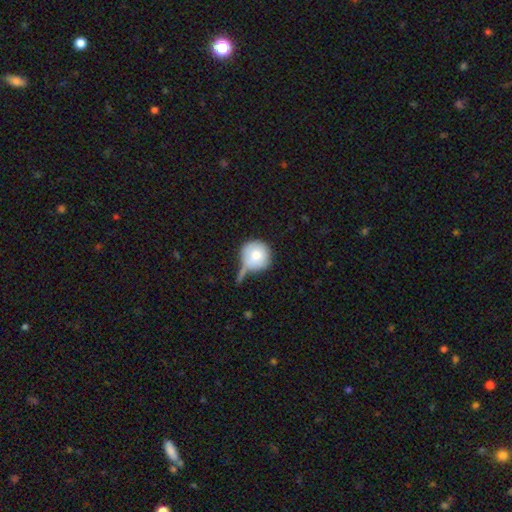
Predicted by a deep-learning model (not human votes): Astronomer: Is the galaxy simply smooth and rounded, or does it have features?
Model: smooth — 79%.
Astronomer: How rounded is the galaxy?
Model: round — 94%.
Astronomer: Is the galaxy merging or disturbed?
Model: none — 37% (runner-up: minor disturbance, 25%).